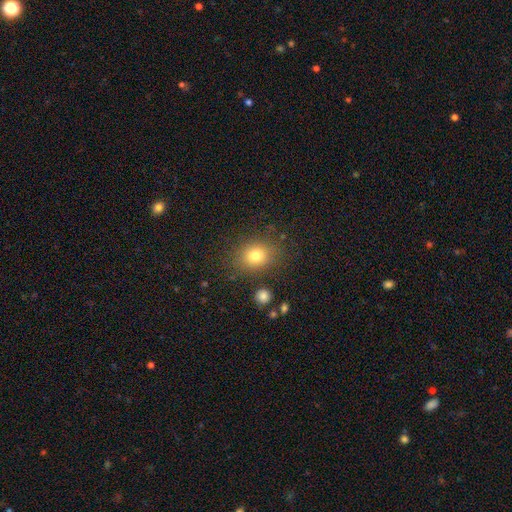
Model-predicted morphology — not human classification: This appears to be a smooth galaxy with no disk features (77%) that is round (60%). Merging: none (81%).